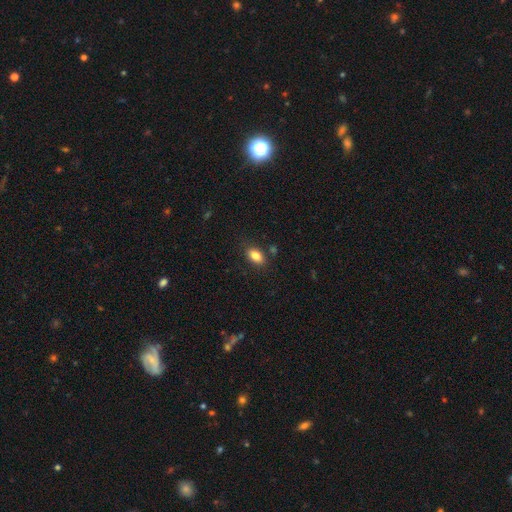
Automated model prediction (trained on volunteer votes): smooth-or-featured: smooth: 84% | star or artifact: 9% | featured or disk: 8%
  how-rounded: in between: 89% | round: 8% | cigar-shaped: 3%
  merging: none: 83% | minor disturbance: 11% | merger: 3% | major disturbance: 3%